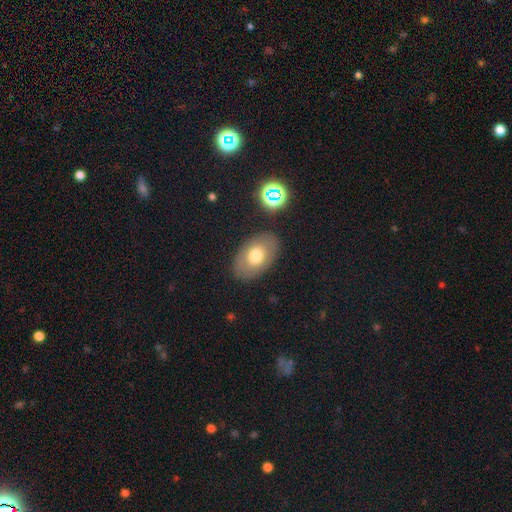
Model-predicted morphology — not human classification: smooth 68%, featured or disk 23%, star or artifact 9%. Down the decision tree: how rounded — in between (88%); merging — none (83%).